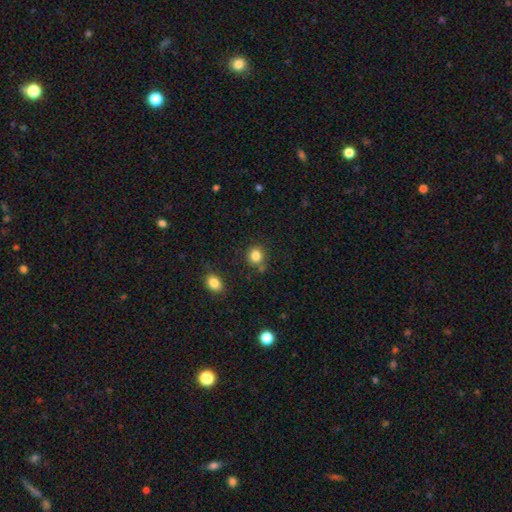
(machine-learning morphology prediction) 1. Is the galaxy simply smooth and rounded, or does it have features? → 83% smooth, 11% star or artifact, 5% featured or disk.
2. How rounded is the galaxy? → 78% round, 21% in between, 1% cigar-shaped.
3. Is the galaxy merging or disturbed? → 77% none, 12% minor disturbance, 7% merger, 3% major disturbance.